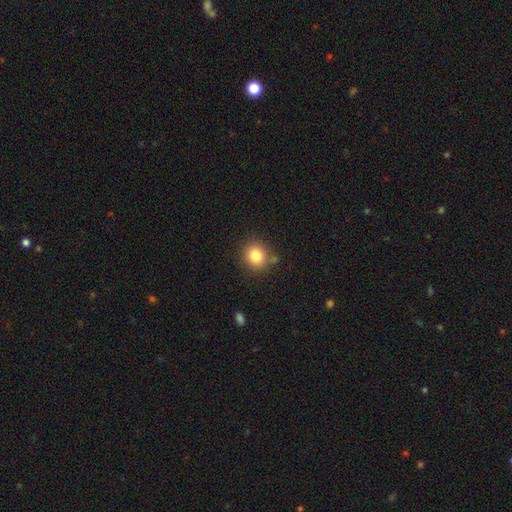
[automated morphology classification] Q: Smooth or featured?
A: smooth (83%); runner-up: star or artifact (11%)
Q: How rounded?
A: round (83%); runner-up: in between (17%)
Q: Merging?
A: none (80%); runner-up: minor disturbance (11%)